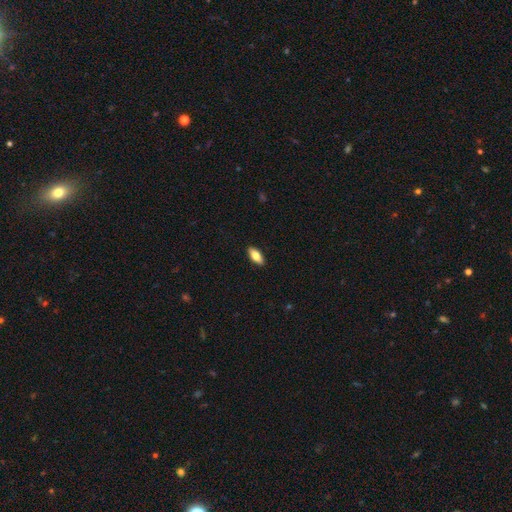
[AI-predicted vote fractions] smooth 78%, featured or disk 16%, star or artifact 6%. Down the decision tree: how rounded — in between (84%); merging — none (90%).